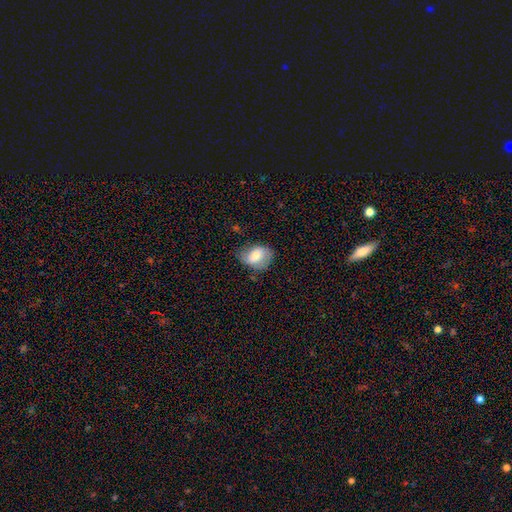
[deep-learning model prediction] Smooth or featured? smooth (64%)
How rounded? in between (73%)
Merging? none (57%)